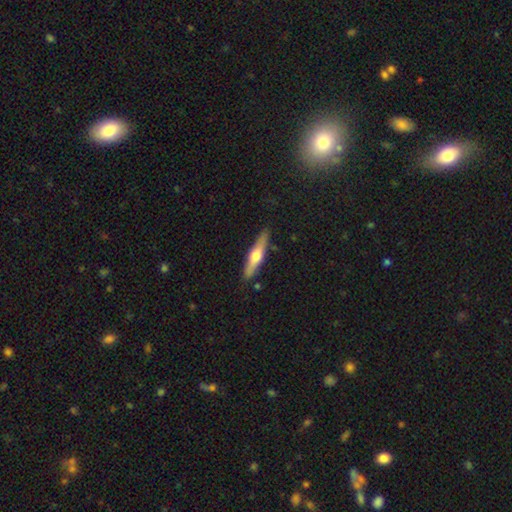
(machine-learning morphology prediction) type=featured or disk (54%); edge-on=yes (93%); edge-on bulge=rounded (93%); merging=none (86%).